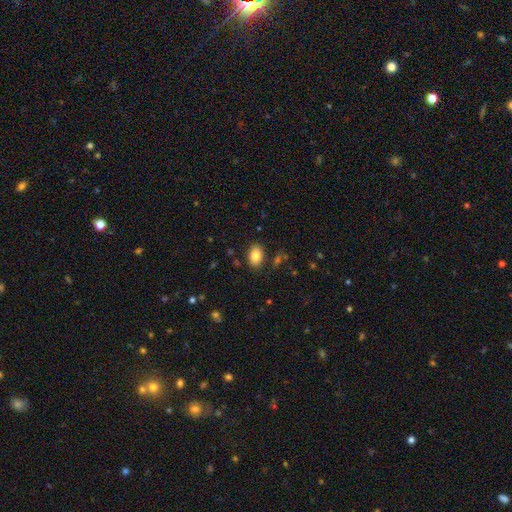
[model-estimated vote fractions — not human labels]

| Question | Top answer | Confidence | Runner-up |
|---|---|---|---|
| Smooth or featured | smooth | 83% | featured or disk (9%) |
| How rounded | in between | 86% | round (13%) |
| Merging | none | 85% | minor disturbance (10%) |